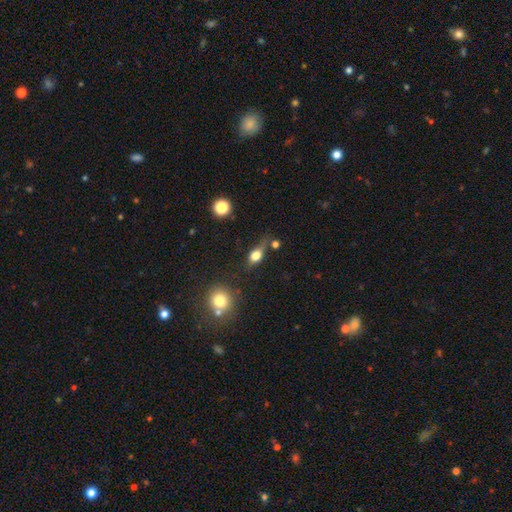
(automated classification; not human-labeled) Morphology: type=smooth (72%); roundness=in between (68%); merging=none (53%).